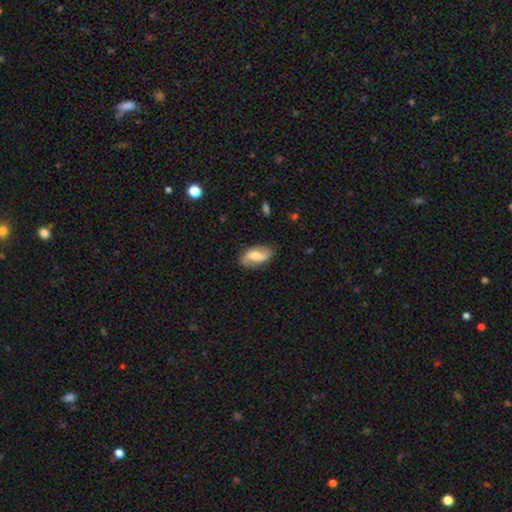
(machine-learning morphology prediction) Smooth or featured? Predicted: featured or disk (p=0.60). Edge-on disk? Predicted: no (p=0.93). Bar? Predicted: weak (p=0.41). Spiral arms? Predicted: yes (p=0.83). Bulge size? Predicted: moderate (p=0.55). Merging? Predicted: none (p=0.80).